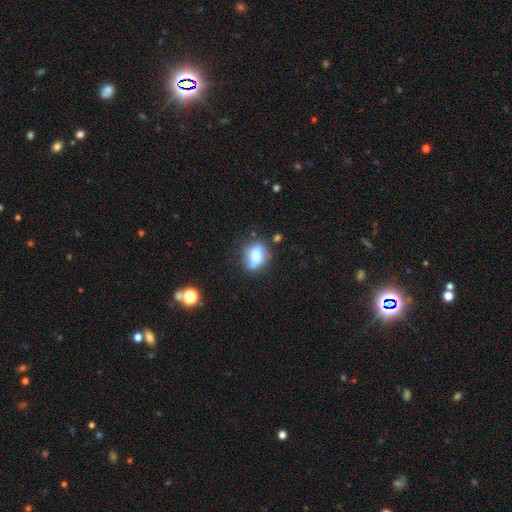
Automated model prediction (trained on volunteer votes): Morphology: type=smooth (62%); roundness=in between (59%); merging=none (70%).